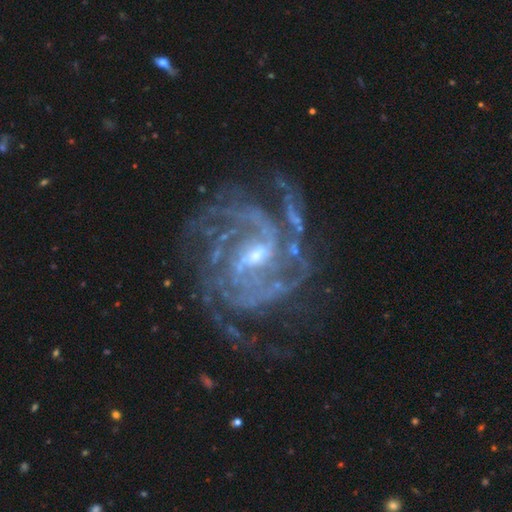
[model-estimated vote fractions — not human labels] smooth-or-featured: featured or disk: 91% | star or artifact: 6% | smooth: 3%
  disk-edge-on: no: 98% | yes: 2%
    bar: weak: 53% | strong: 24% | no: 23%
    has-spiral-arms: yes: 97% | no: 3%
      spiral-winding: medium: 44% | tight: 43% | loose: 13%
      spiral-arm-count: 2: 29% | can't tell: 22% | 3: 19% | 4: 13% | more than 4: 9% | 1: 8%
    bulge-size: small: 61% | moderate: 32% | none: 4% | large: 2% | dominant: 1%
  merging: none: 62% | major disturbance: 18% | minor disturbance: 17% | merger: 3%